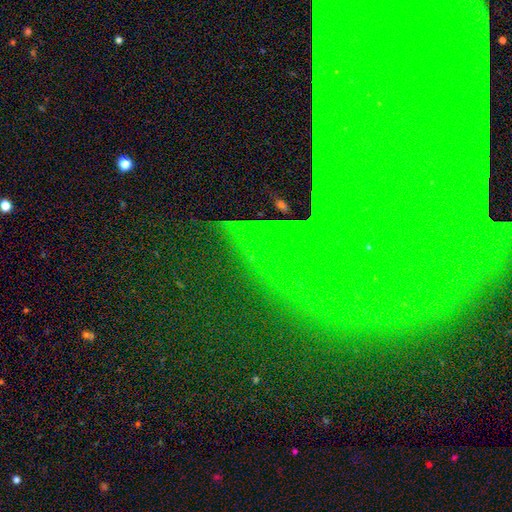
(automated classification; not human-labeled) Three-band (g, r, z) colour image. It shows a star or artifact, not a galaxy (79%).